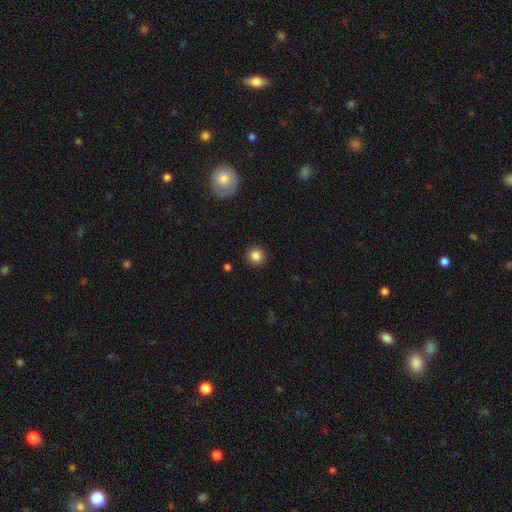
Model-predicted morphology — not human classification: Overall: smooth (85%). How rounded: round (94%). Merging: none (92%).